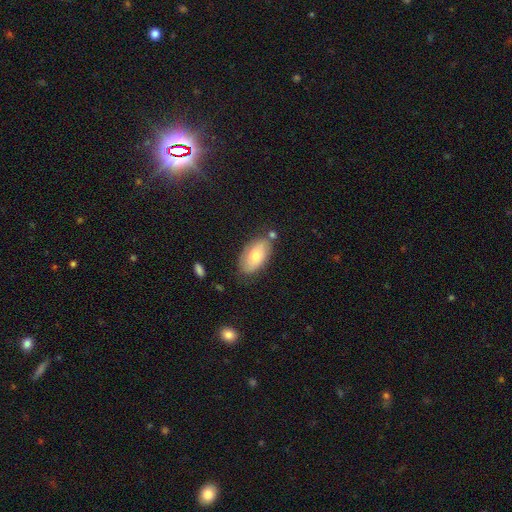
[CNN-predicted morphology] The model was most divided on "smooth or featured": smooth: 67%, featured or disk: 26%, star or artifact: 7%. More confident: how rounded — in between (93%); merging — none (72%).